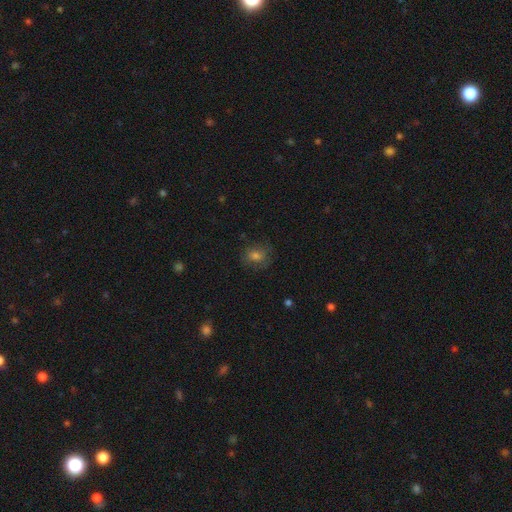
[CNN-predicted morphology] Smooth or featured? smooth (67%)
How rounded? round (61%)
Merging? none (74%)